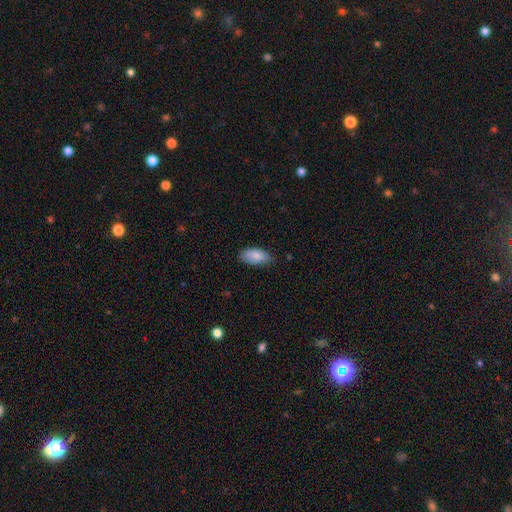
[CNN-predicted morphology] A smooth galaxy with no disk features (87%) that is in between round and cigar-shaped (91%). Merging: none (74%).